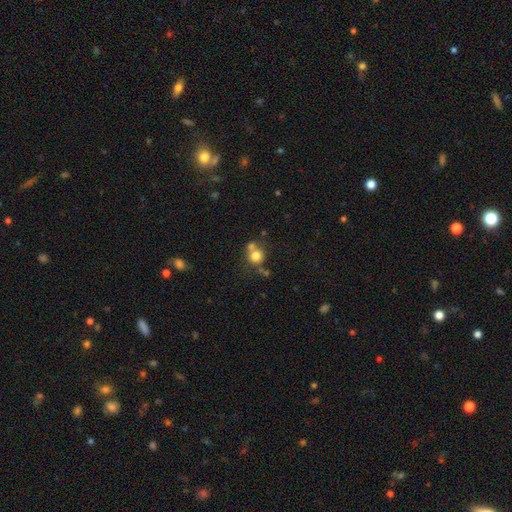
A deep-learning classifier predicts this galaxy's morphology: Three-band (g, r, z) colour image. It shows a smooth galaxy with no disk features (75%) that is round (85%). Merging: none (50%).